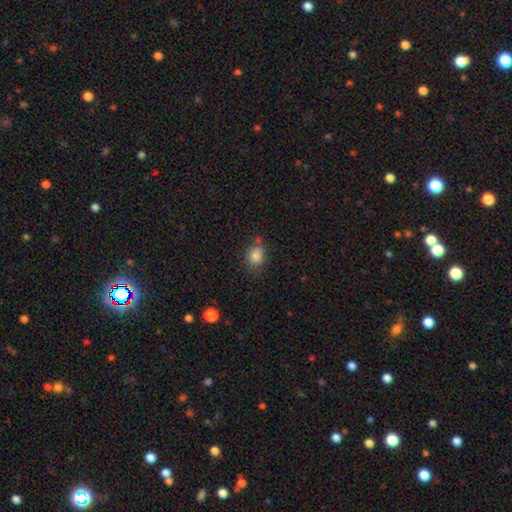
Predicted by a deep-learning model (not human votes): Smooth or featured? smooth (83%)
How rounded? round (59%)
Merging? none (69%)